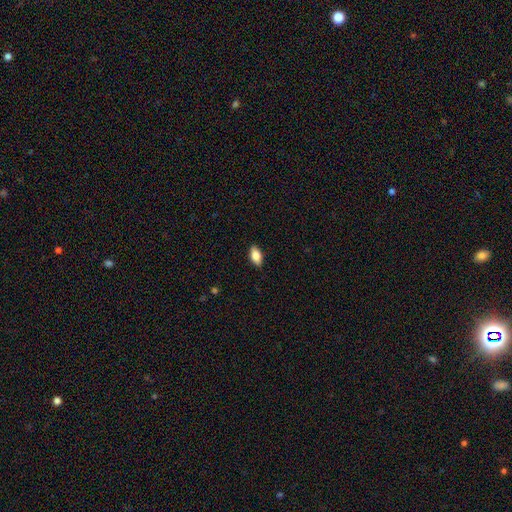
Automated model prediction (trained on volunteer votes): Smooth or featured: smooth — 81% (featured or disk — 12%)
How rounded: in between — 90% (cigar-shaped — 6%)
Merging: none — 88% (minor disturbance — 9%)